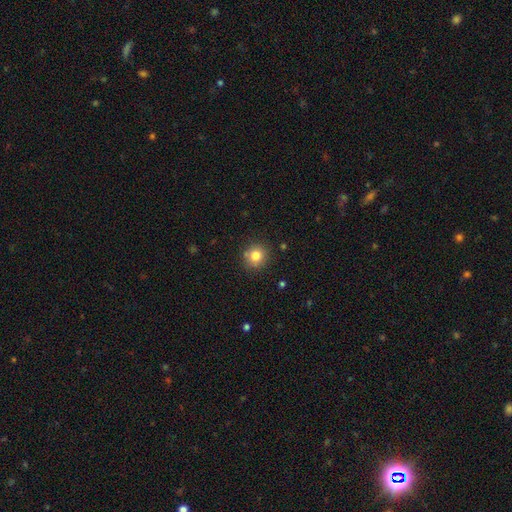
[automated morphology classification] The model was most divided on "smooth or featured": smooth: 81%, star or artifact: 12%, featured or disk: 7%. More confident: how rounded — round (91%); merging — none (87%).